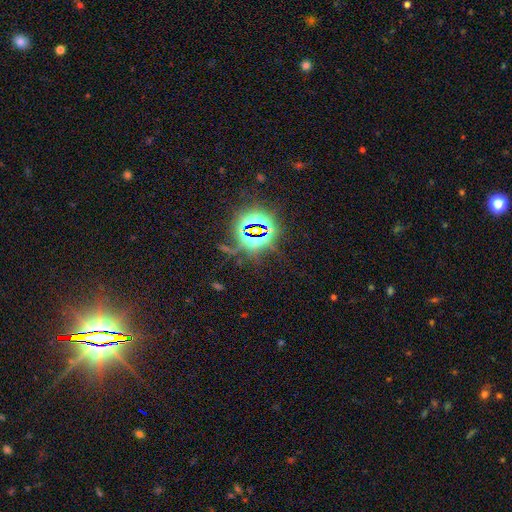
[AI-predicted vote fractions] star or artifact 82%, smooth 9%, featured or disk 9%.